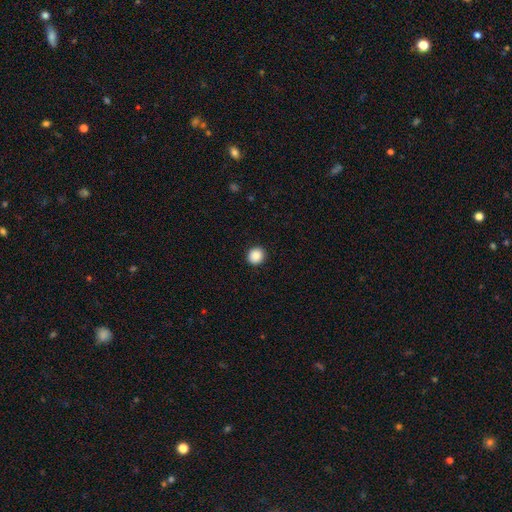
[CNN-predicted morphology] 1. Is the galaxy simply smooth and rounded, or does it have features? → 88% smooth, 9% star or artifact, 3% featured or disk.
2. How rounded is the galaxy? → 90% round, 9% in between, 1% cigar-shaped.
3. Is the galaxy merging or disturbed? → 93% none, 5% minor disturbance, 2% major disturbance, 1% merger.